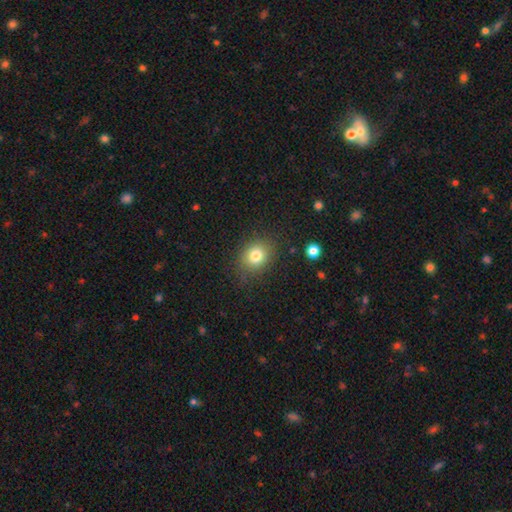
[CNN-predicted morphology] Q: Smooth or featured?
A: smooth (78%); runner-up: star or artifact (12%)
Q: How rounded?
A: round (62%); runner-up: in between (37%)
Q: Merging?
A: none (82%); runner-up: minor disturbance (13%)